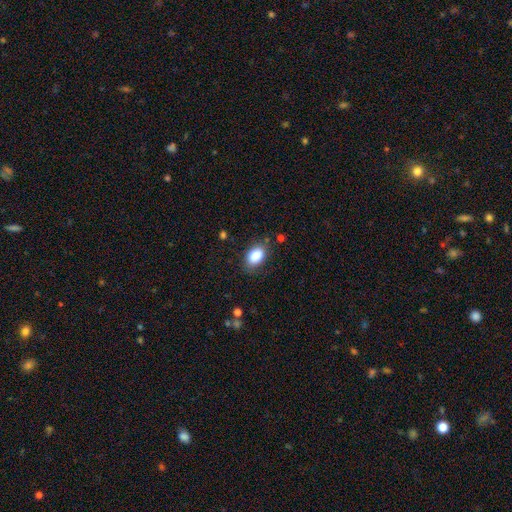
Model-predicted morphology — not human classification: type=smooth (87%); roundness=in between (88%); merging=none (79%).